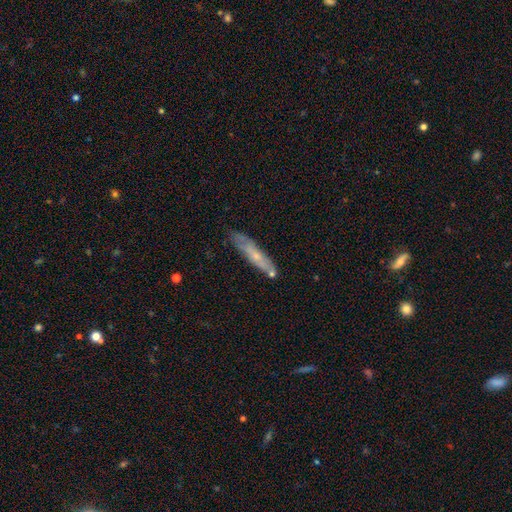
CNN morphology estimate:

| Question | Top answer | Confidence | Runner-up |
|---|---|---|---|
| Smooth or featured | smooth | 49% | featured or disk (45%) |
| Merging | none | 69% | minor disturbance (20%) |